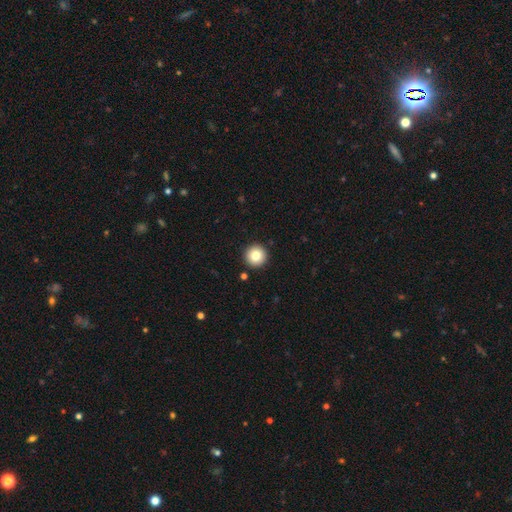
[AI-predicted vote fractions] Overall: smooth (82%). How rounded: round (96%). Merging: none (93%).